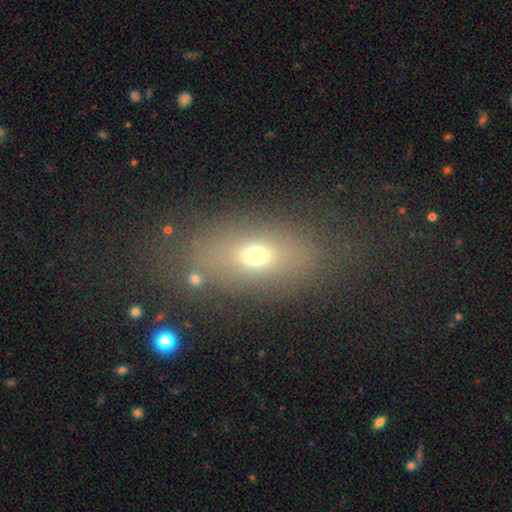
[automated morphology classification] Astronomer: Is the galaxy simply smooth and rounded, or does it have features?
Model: smooth — 65%.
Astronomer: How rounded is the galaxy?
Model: in between — 77%.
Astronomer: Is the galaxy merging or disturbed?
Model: none — 72%.